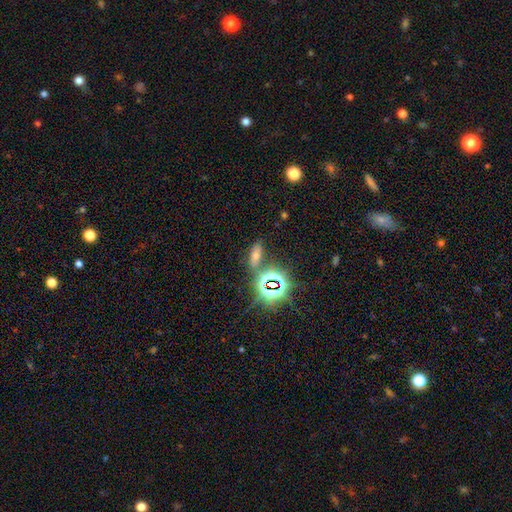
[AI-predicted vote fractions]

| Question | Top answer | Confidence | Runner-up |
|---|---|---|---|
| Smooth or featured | smooth | 46% | star or artifact (39%) |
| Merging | none | 74% | minor disturbance (12%) |